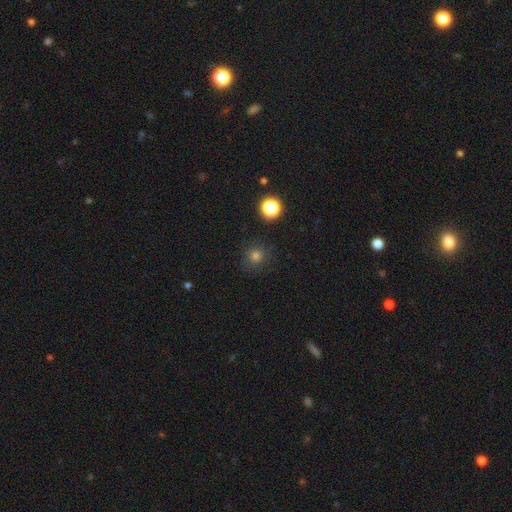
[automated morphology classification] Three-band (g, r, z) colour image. It shows a smooth galaxy with no disk features (74%) that is round (93%). Merging: none (87%).